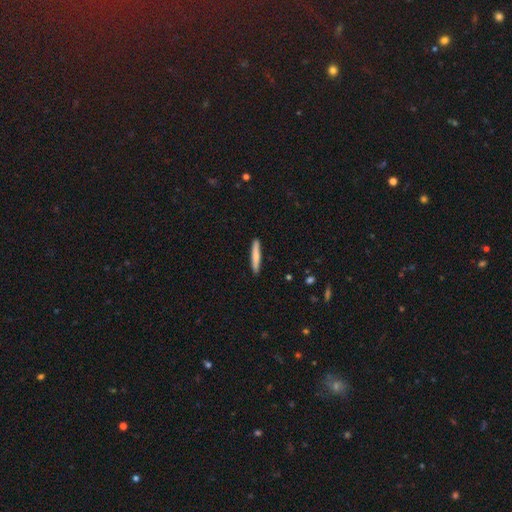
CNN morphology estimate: This appears to be a smooth galaxy with no disk features (75%) that is cigar-shaped (94%). Merging: none (91%).